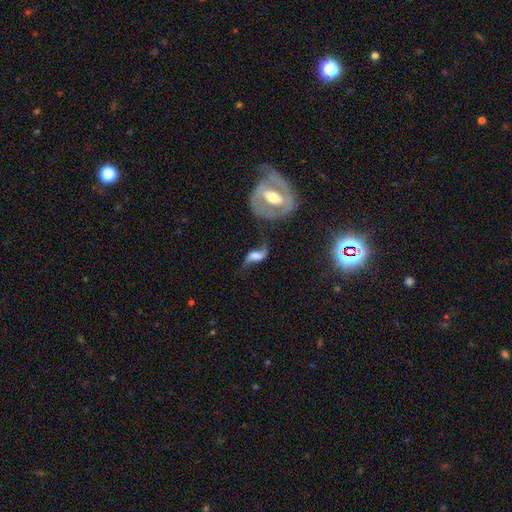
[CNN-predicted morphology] This appears to be a featured or disk galaxy (75%) with a weak bar (40%), 2 (89%) loose (82%) spiral arms (89%) and a moderate central bulge (38%). Merging: none (44%).